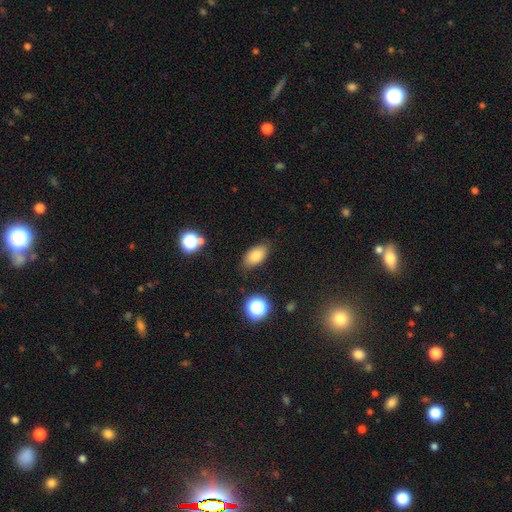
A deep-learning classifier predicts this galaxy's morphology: A smooth galaxy with no disk features (81%) that is in between round and cigar-shaped (90%). Merging: none (81%).